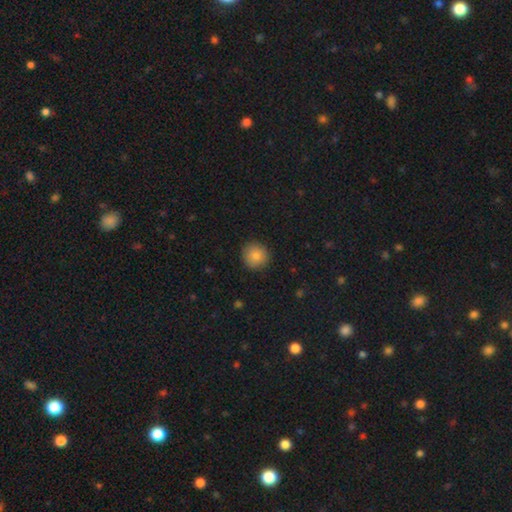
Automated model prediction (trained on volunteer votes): Overall: smooth (84%). How rounded: round (94%). Merging: none (91%).